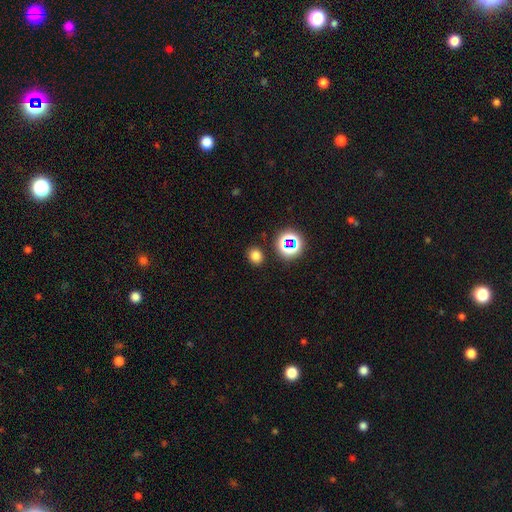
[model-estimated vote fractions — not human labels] This is likely a smooth galaxy (74%). How rounded: likely round (66%). Merging: clearly none (88%).